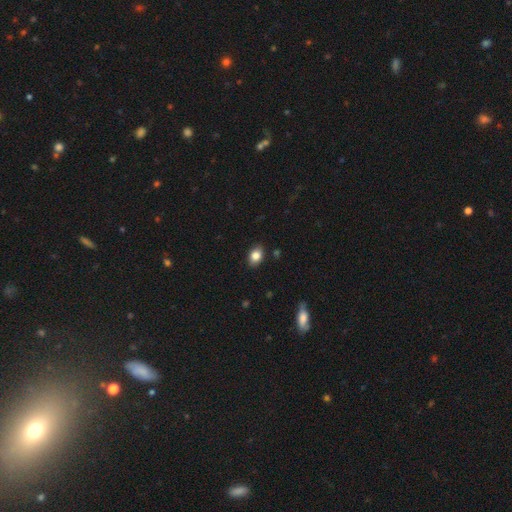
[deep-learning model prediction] smooth 83%, star or artifact 9%, featured or disk 8%. Down the decision tree: how rounded — in between (77%); merging — none (85%).